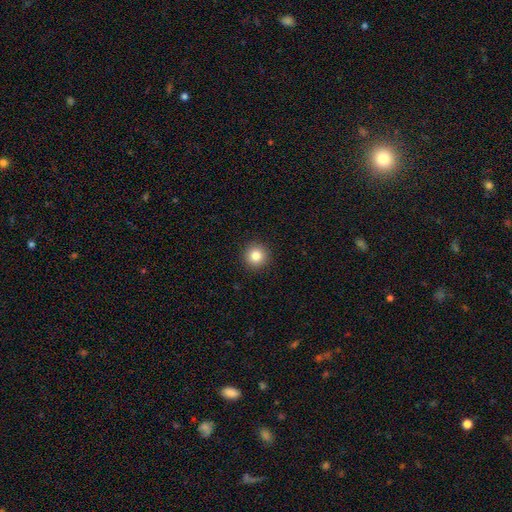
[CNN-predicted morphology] smooth 83%, star or artifact 11%, featured or disk 6%. Down the decision tree: how rounded — round (95%); merging — none (93%).